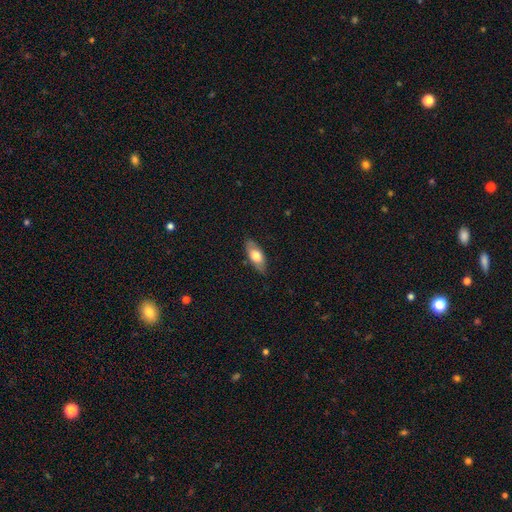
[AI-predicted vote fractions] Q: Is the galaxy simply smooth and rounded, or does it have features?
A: smooth — 68%.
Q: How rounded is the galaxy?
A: in between — 82%.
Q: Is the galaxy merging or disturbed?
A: none — 82%.